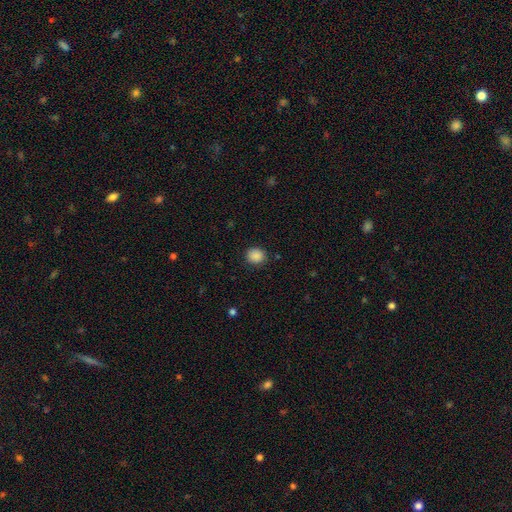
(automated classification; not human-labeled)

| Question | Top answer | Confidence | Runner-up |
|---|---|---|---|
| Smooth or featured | smooth | 88% | star or artifact (9%) |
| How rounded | round | 79% | in between (20%) |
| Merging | none | 88% | minor disturbance (8%) |